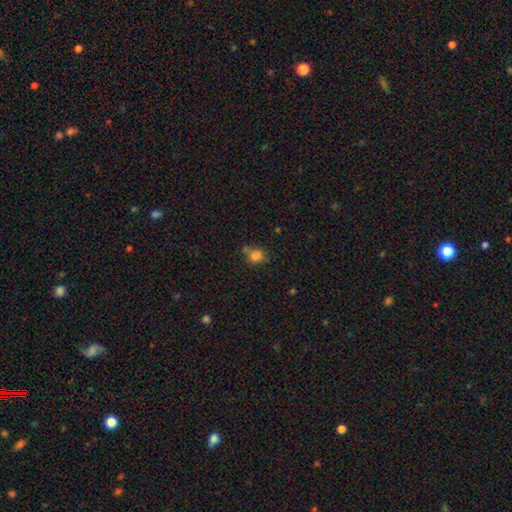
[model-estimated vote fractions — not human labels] smooth_or_featured: smooth (p=0.80) [alt: star or artifact p=0.13]
how_rounded: round (p=0.68) [alt: in between p=0.30]
merging: none (p=0.57) [alt: minor disturbance p=0.22]